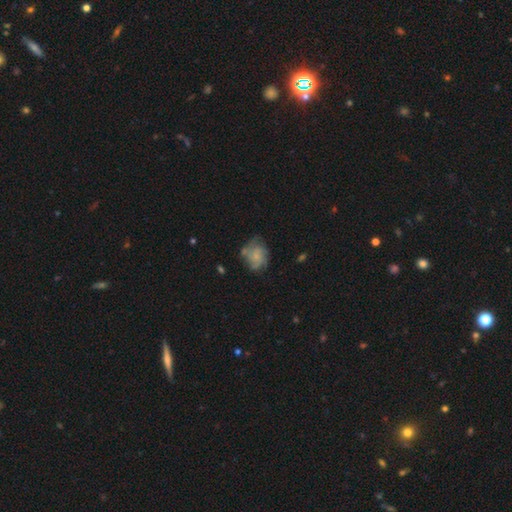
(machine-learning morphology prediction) This is possibly a featured or disk galaxy (53%). It is clearly not viewed edge-on (98%). Bar: clearly no (80%). Spiral arm pattern: likely yes (74%). Central bulge: possibly small (55%). Merging: possibly none (56%).